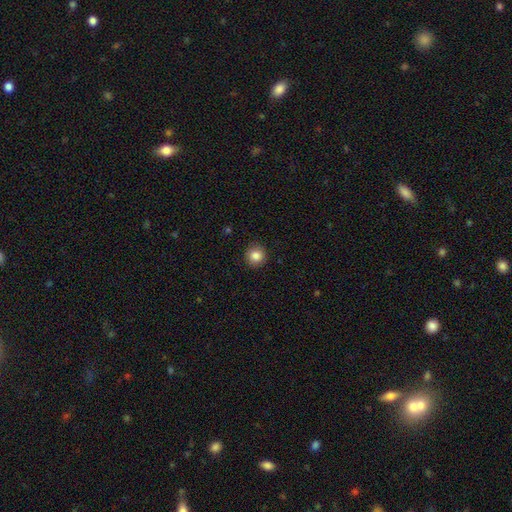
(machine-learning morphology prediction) Smooth or featured?
  - smooth: 85% *
  - star or artifact: 10%
  - featured or disk: 5%
How rounded?
  - round: 93% *
  - in between: 6%
  - cigar-shaped: 1%
Merging?
  - none: 91% *
  - minor disturbance: 6%
  - major disturbance: 2%
  - merger: 1%